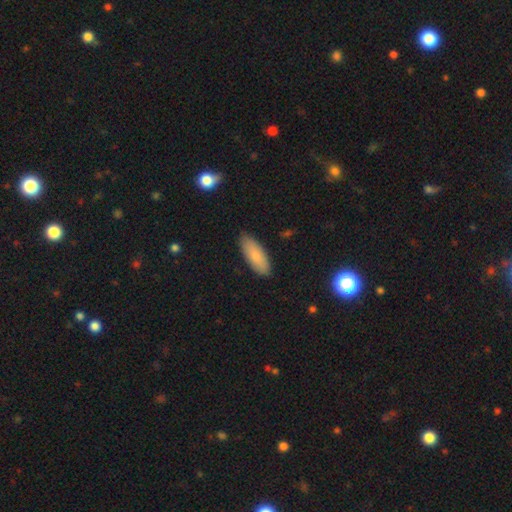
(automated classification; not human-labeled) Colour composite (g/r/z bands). It shows a smooth galaxy with no disk features (82%) that is in between round and cigar-shaped (73%). Merging: none (87%).